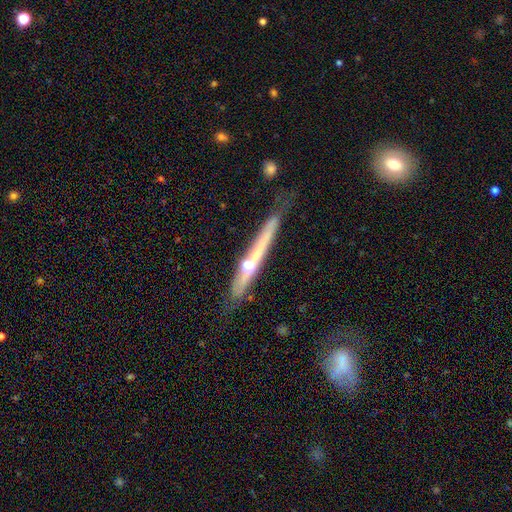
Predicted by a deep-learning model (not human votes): A featured or disk galaxy (62%) viewed edge-on (92%) with a rounded central bulge (62%).

Vote fractions:
- Smooth or featured? featured or disk: 62% / smooth: 31% / star or artifact: 7%
- Edge-on disk? yes: 92% / no: 8%
- Edge-on bulge? rounded: 62% / none: 33% / boxy: 5%
- Merging? none: 63% / minor disturbance: 19% / merger: 13% / major disturbance: 6%